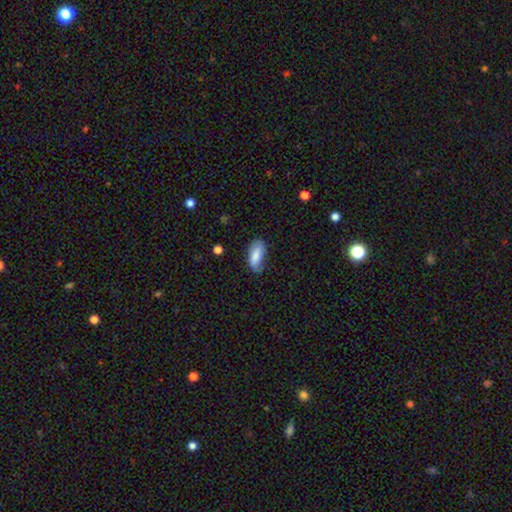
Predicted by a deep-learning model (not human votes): Smooth or featured? smooth (77%)
How rounded? in between (85%)
Merging? none (60%)